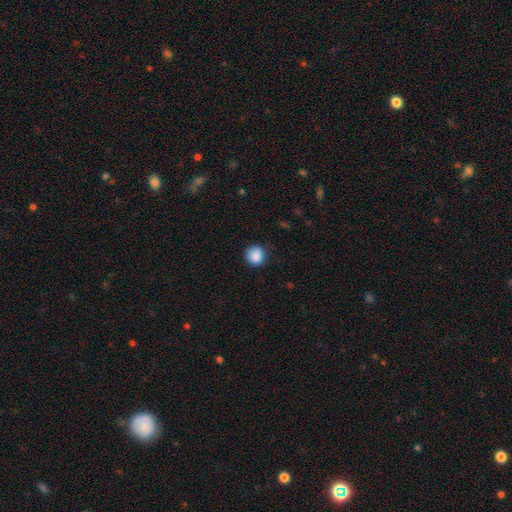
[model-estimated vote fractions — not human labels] This appears to be a smooth galaxy with no disk features (87%) that is round (89%). Merging: none (84%).